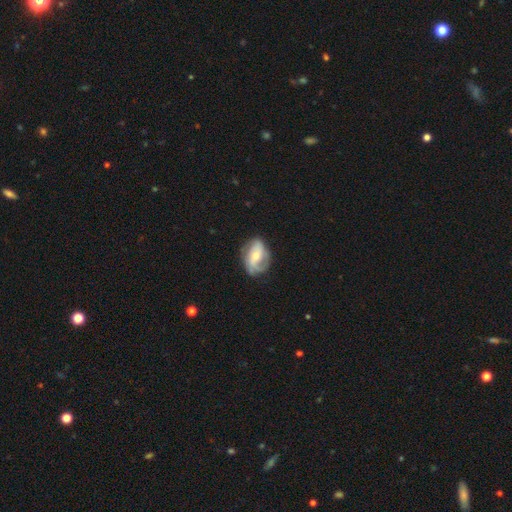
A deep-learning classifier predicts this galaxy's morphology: Smooth or featured?
  - featured or disk: 67% *
  - smooth: 27%
  - star or artifact: 6%
Edge-on disk?
  - no: 96% *
  - yes: 4%
Bar?
  - no: 46% *
  - weak: 35%
  - strong: 19%
Spiral arms?
  - yes: 84% *
  - no: 16%
Spiral winding?
  - medium: 40% *
  - tight: 30%
  - loose: 30%
Spiral arm count?
  - 2: 58% *
  - can't tell: 19%
  - 1: 9%
  - 3: 9%
  - 4: 2%
  - more than 4: 2%
Bulge size?
  - moderate: 53% *
  - small: 42%
  - large: 3%
  - none: 1%
  - dominant: 1%
Merging?
  - none: 65% *
  - minor disturbance: 23%
  - major disturbance: 10%
  - merger: 2%